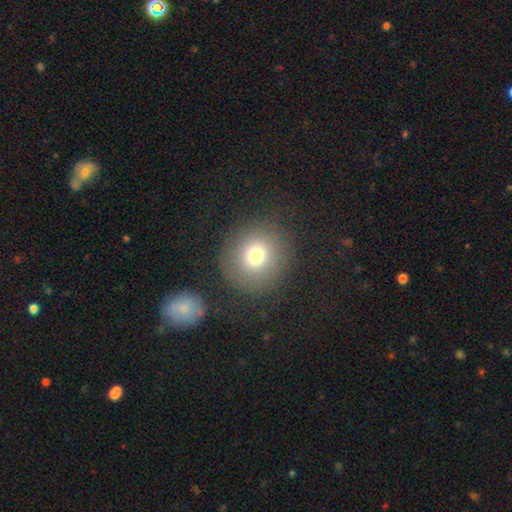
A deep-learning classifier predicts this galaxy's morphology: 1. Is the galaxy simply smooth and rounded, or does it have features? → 72% smooth, 16% star or artifact, 12% featured or disk.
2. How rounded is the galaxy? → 90% round, 9% in between, 1% cigar-shaped.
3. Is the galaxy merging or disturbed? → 83% none, 9% minor disturbance, 6% major disturbance, 2% merger.